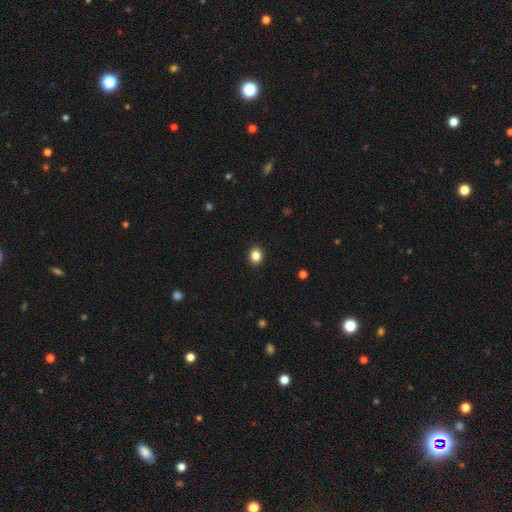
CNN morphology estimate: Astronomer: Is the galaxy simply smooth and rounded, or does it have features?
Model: smooth — 85%.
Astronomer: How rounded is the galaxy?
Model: round — 61% (runner-up: in between, 38%).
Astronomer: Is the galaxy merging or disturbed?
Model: none — 91%.